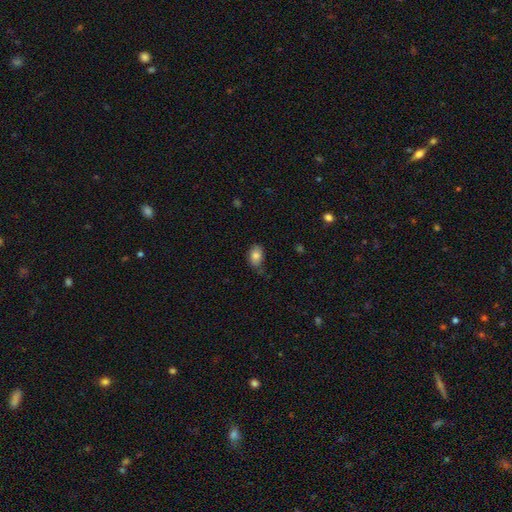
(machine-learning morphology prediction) The model was most divided on "merging": none: 65%, minor disturbance: 28%, major disturbance: 5%, merger: 2%. More confident: how rounded — in between (83%); smooth or featured — smooth (82%).